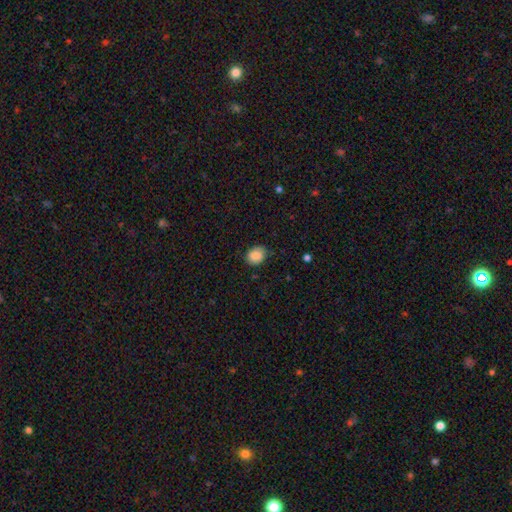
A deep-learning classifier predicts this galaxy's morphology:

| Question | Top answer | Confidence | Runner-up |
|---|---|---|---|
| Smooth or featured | smooth | 86% | star or artifact (8%) |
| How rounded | round | 53% | in between (46%) |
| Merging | none | 80% | minor disturbance (16%) |